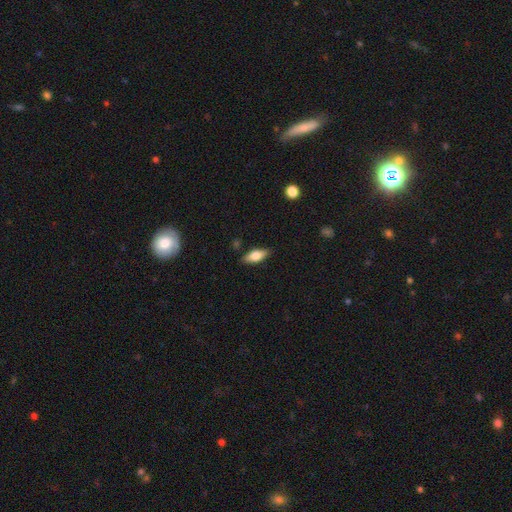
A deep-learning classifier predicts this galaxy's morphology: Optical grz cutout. It shows a smooth galaxy with no disk features (70%) that is in between round and cigar-shaped (78%). Merging: none (86%).